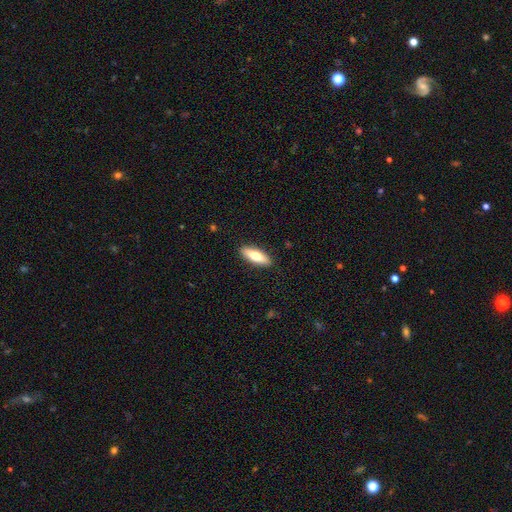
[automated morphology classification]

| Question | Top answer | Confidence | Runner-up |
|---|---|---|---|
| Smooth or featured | smooth | 69% | featured or disk (25%) |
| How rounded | in between | 56% | cigar-shaped (42%) |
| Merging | none | 89% | minor disturbance (8%) |